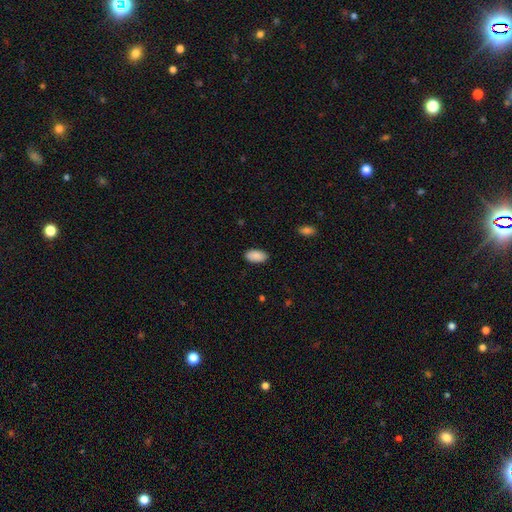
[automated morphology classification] smooth-or-featured: smooth: 91% | star or artifact: 6% | featured or disk: 3%
  how-rounded: in between: 95% | round: 3% | cigar-shaped: 2%
  merging: none: 88% | minor disturbance: 8% | major disturbance: 2% | merger: 1%